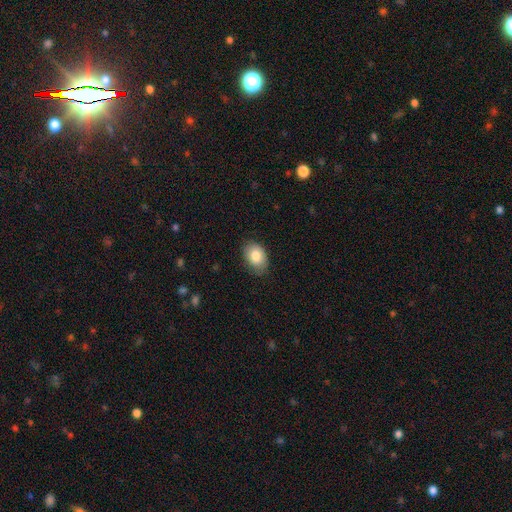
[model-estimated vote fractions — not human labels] smooth_or_featured: smooth (p=0.83) [alt: featured or disk p=0.10]
how_rounded: in between (p=0.82) [alt: round p=0.17]
merging: none (p=0.79) [alt: minor disturbance p=0.17]